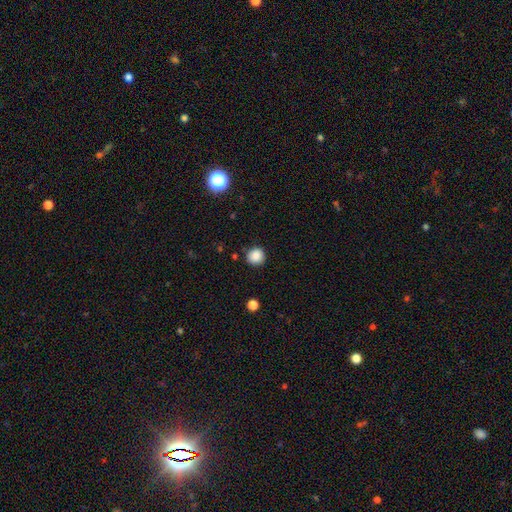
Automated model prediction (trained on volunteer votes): Q: Smooth or featured?
A: smooth (87%); runner-up: star or artifact (10%)
Q: How rounded?
A: round (91%); runner-up: in between (8%)
Q: Merging?
A: none (87%); runner-up: minor disturbance (9%)